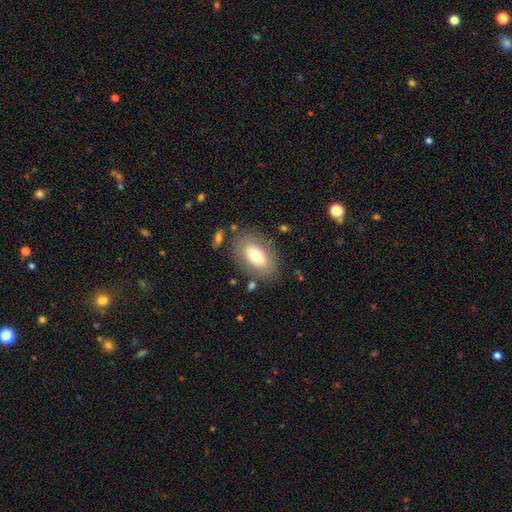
Volunteers were most divided on "smooth or featured": smooth: 73%, featured or disk: 22%, star or artifact: 5%. More confident: how rounded — in between (96%); merging — none (77%).